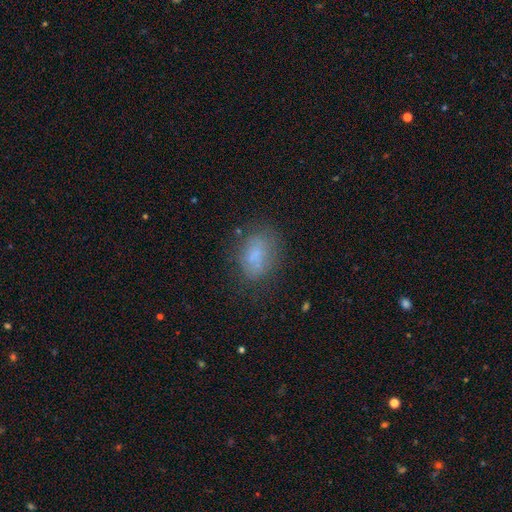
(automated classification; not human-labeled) Smooth or featured?
  - smooth: 66% *
  - featured or disk: 22%
  - star or artifact: 11%
How rounded?
  - in between: 76% *
  - round: 22%
  - cigar-shaped: 2%
Merging?
  - none: 65% *
  - minor disturbance: 21%
  - major disturbance: 11%
  - merger: 4%